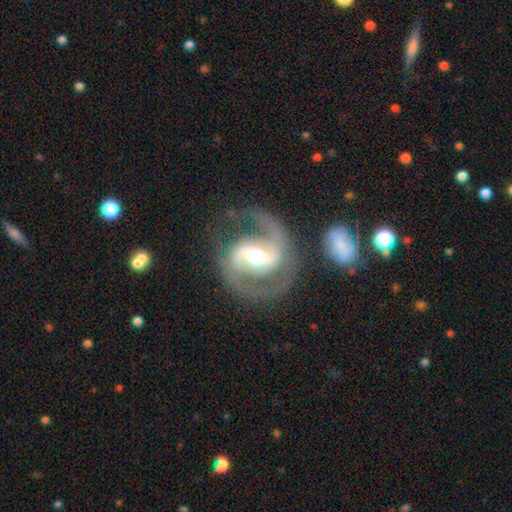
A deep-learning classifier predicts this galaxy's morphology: Smooth or featured?
  - featured or disk: 90% *
  - smooth: 6%
  - star or artifact: 5%
Edge-on disk?
  - no: 97% *
  - yes: 3%
Bar?
  - strong: 42% *
  - weak: 37%
  - no: 21%
Spiral arms?
  - yes: 96% *
  - no: 4%
Spiral winding?
  - medium: 60% *
  - tight: 20%
  - loose: 20%
Spiral arm count?
  - 2: 92% *
  - can't tell: 2%
  - 1: 2%
  - 3: 1%
  - 4: 1%
  - more than 4: 1%
Bulge size?
  - moderate: 70% *
  - large: 15%
  - small: 12%
  - dominant: 2%
  - none: 1%
Merging?
  - none: 76% *
  - minor disturbance: 13%
  - major disturbance: 8%
  - merger: 3%